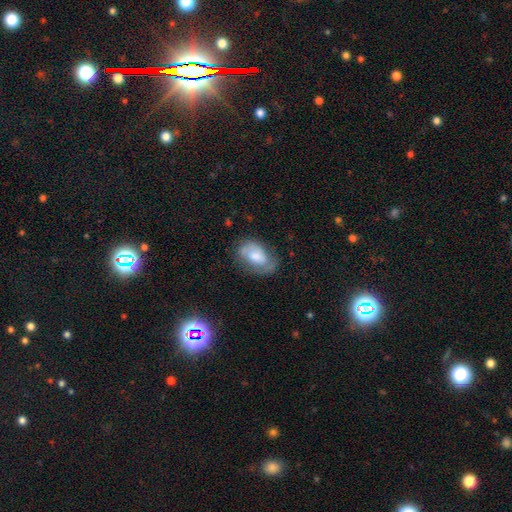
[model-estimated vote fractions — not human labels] smooth_or_featured: smooth (p=0.50) [alt: featured or disk p=0.42]
merging: none (p=0.55) [alt: minor disturbance p=0.29]